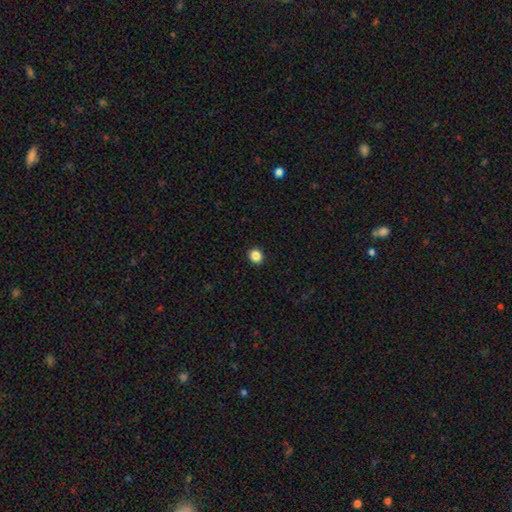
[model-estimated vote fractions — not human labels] Overall: smooth (86%). How rounded: round (77%). Merging: none (93%).